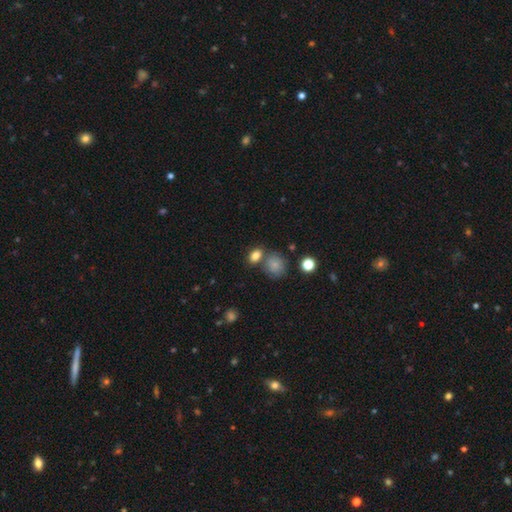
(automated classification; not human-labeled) This appears to be a smooth galaxy with no disk features (82%) that is in between round and cigar-shaped (68%). Merging: none (60%).